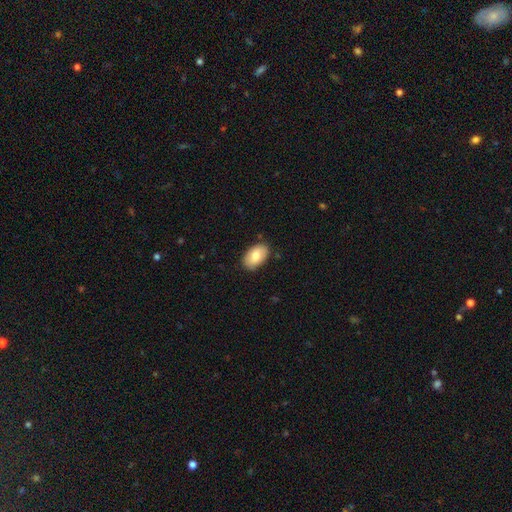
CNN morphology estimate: This is likely a smooth galaxy (78%). How rounded: clearly in between (93%). Merging: clearly none (86%).